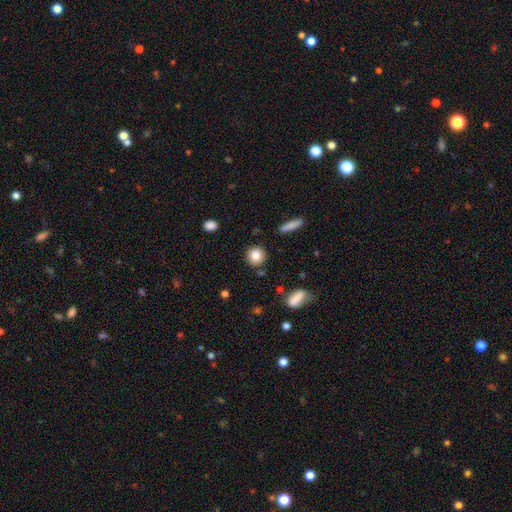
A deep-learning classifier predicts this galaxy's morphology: The model was most divided on "smooth or featured": smooth: 83%, star or artifact: 9%, featured or disk: 8%. More confident: how rounded — round (89%); merging — none (88%).